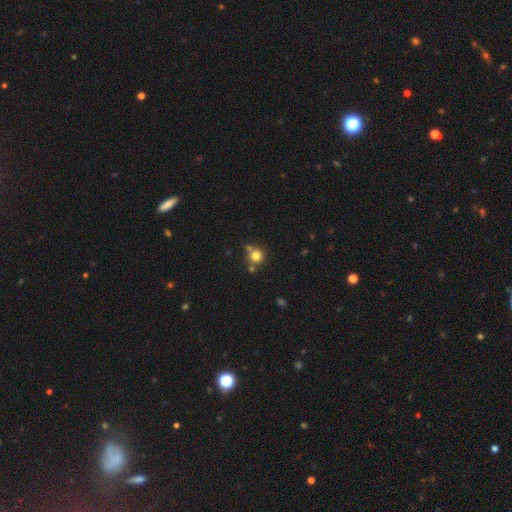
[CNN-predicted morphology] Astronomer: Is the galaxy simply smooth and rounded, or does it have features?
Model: smooth — 78%.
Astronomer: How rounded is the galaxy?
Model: round — 91%.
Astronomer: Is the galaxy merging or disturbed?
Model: none — 67%.